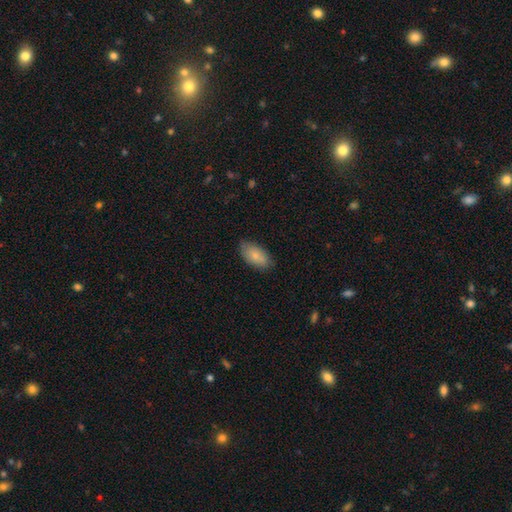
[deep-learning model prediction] smooth_or_featured: smooth (p=0.82) [alt: featured or disk p=0.12]
how_rounded: in between (p=0.94) [alt: round p=0.03]
merging: none (p=0.80) [alt: minor disturbance p=0.16]